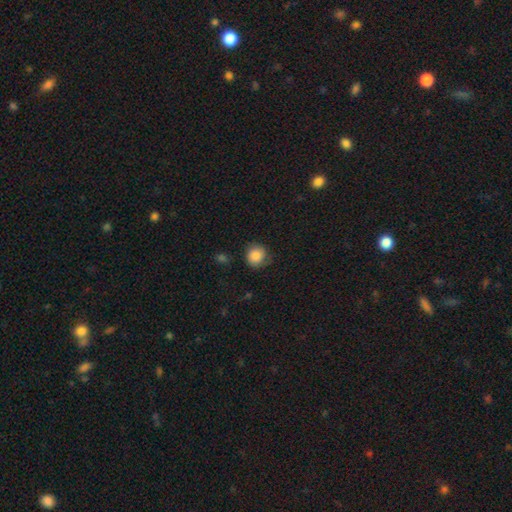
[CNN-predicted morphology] Smooth or featured? Predicted: smooth (p=0.85). How rounded? Predicted: round (p=0.87). Merging? Predicted: none (p=0.73).